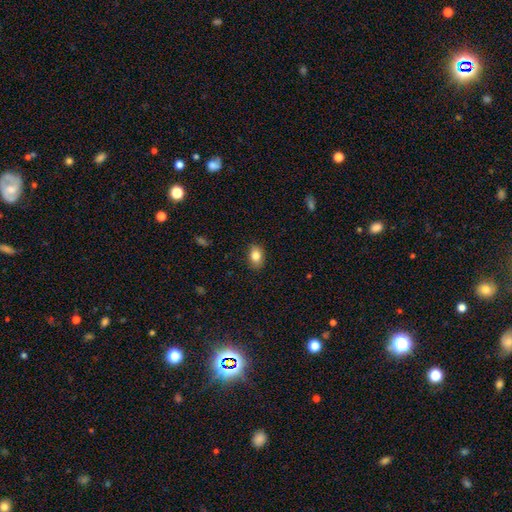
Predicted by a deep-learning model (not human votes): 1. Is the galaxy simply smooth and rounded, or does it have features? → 84% smooth, 9% star or artifact, 7% featured or disk.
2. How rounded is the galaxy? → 79% in between, 19% round, 1% cigar-shaped.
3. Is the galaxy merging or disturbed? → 87% none, 10% minor disturbance, 2% major disturbance, 1% merger.